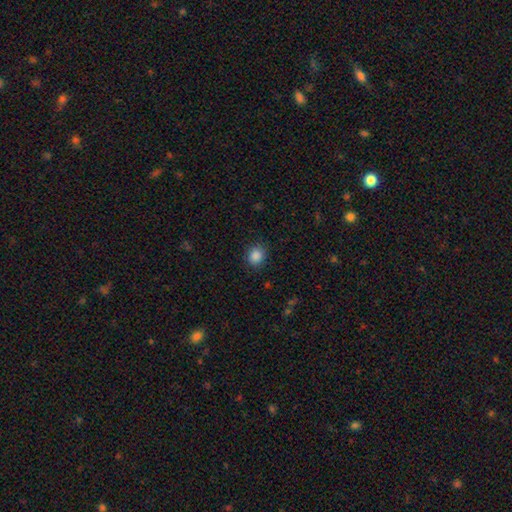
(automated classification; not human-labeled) This appears to be a smooth galaxy with no disk features (87%) that is round (78%). Merging: none (88%).